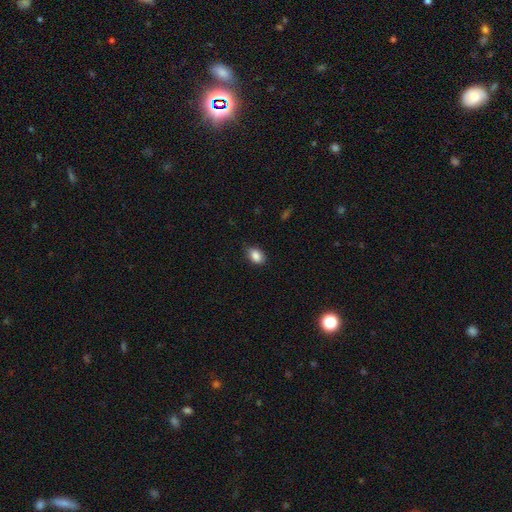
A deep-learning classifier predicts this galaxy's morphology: Overall: smooth (87%). How rounded: in between (80%). Merging: none (75%).